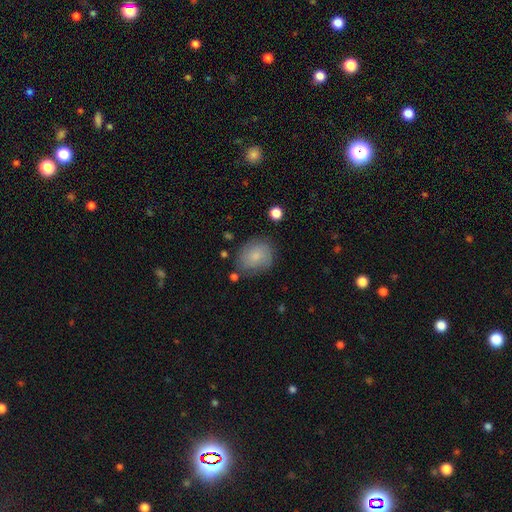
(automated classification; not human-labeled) smooth 67%, featured or disk 25%, star or artifact 8%. Down the decision tree: how rounded — round (59%); merging — none (74%).